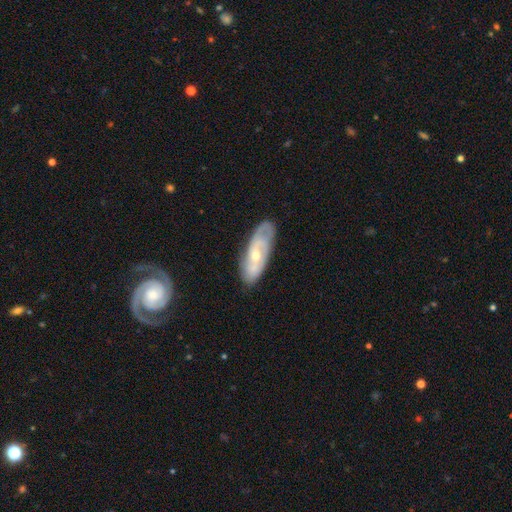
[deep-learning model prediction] A featured or disk galaxy (70%) with no bar (64%), 2 (40%, tied with can't tell) tight (53%) spiral arms (85%) and a small central bulge (49%).

Vote fractions:
- Smooth or featured? featured or disk: 70% / smooth: 24% / star or artifact: 6%
- Edge-on disk? no: 85% / yes: 15%
- Bar? no: 64% / weak: 30% / strong: 7%
- Spiral arms? yes: 85% / no: 15%
- Spiral winding? tight: 53% / medium: 34% / loose: 13%
- Spiral arm count? 2: 40% (tied) / can't tell: 40% (tied) / 3: 9% / 1: 5% / 4: 3% / more than 4: 2%
- Bulge size? small: 49% / moderate: 47% / large: 2% / none: 1% / dominant: 1%
- Merging? none: 75% / minor disturbance: 18% / major disturbance: 4% / merger: 2%